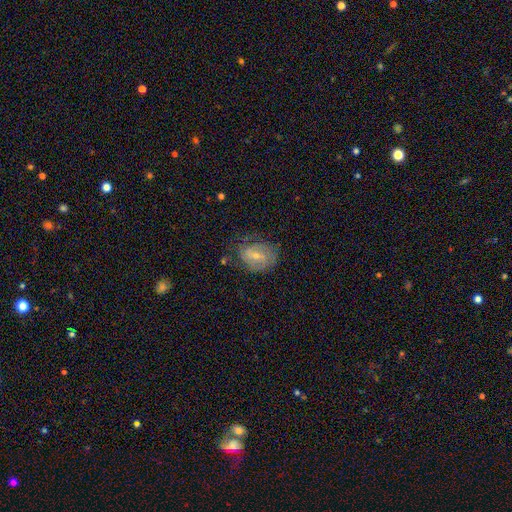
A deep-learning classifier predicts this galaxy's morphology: The model was most divided on "bulge size": small: 59%, moderate: 37%, none: 2%, large: 1%, dominant: 1%. More confident: edge-on disk — no (96%); spiral arms — yes (75%); smooth or featured — featured or disk (61%); merging — none (59%); bar — weak (52%).